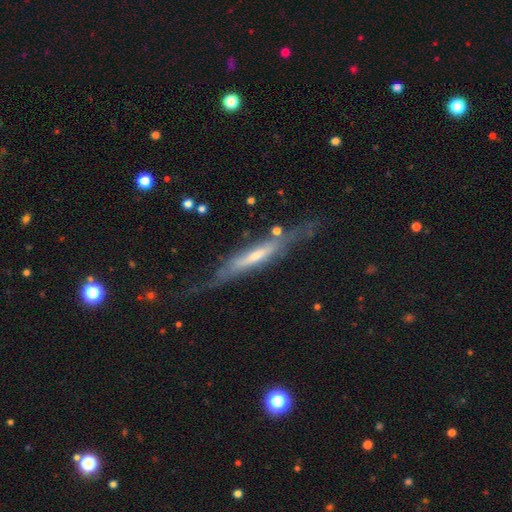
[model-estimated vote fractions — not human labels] A featured or disk galaxy (71%) viewed edge-on (77%) with no central bulge (46%). Merging: none (58%).